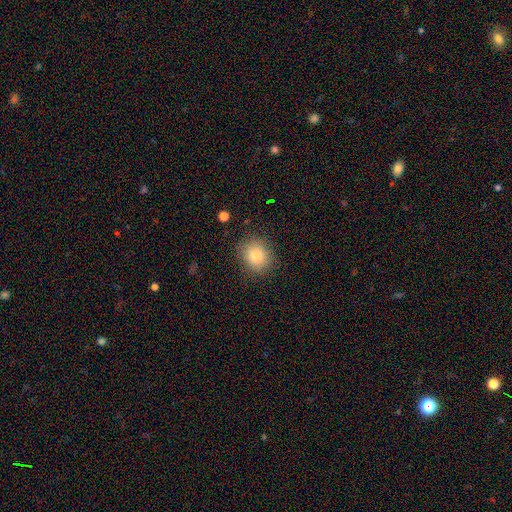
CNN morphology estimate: This is clearly a smooth galaxy (84%). How rounded: likely round (72%). Merging: clearly none (84%).